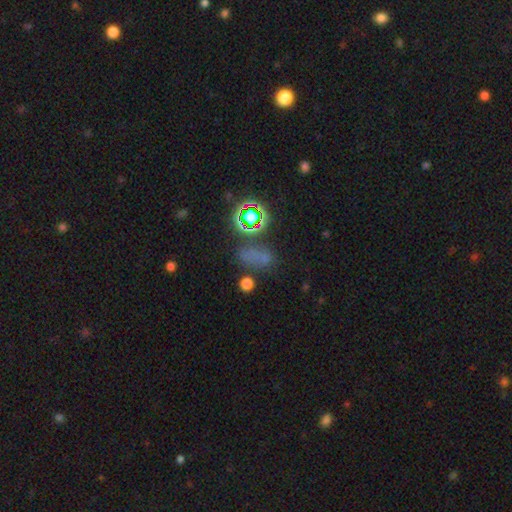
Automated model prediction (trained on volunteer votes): Smooth or featured? star or artifact (51%)